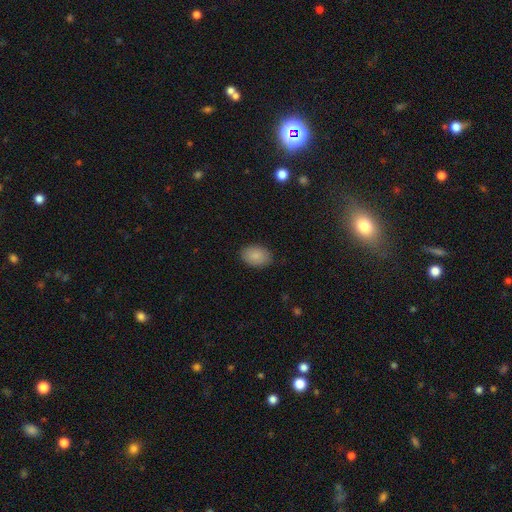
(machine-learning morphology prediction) This is clearly a smooth galaxy (87%). How rounded: clearly in between (83%). Merging: clearly none (86%).